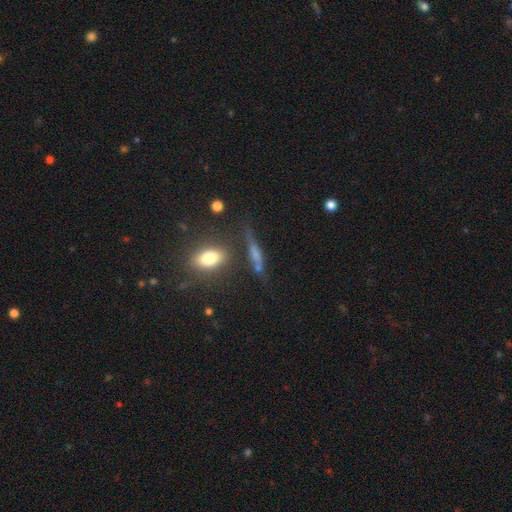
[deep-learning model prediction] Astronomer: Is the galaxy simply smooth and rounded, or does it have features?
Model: smooth — 46% (runner-up: featured or disk, 37%).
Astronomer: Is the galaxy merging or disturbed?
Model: none — 65%.